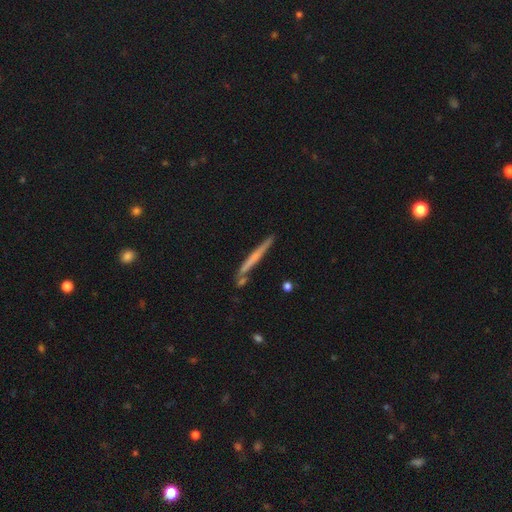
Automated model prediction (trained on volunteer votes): smooth 49%, featured or disk 45%, star or artifact 6%. Down the decision tree: merging — none (82%).